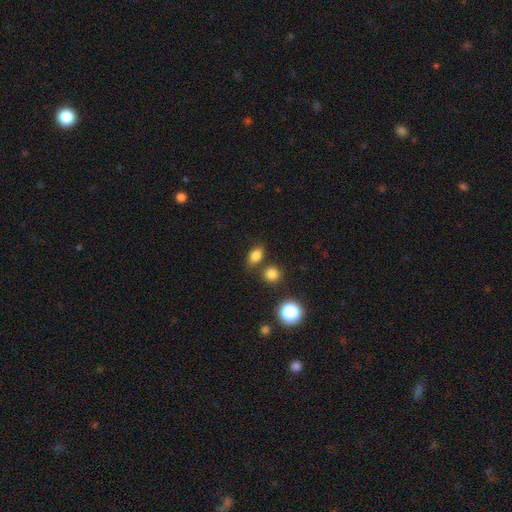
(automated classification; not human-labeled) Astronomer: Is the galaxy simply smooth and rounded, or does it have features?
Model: smooth — 81%.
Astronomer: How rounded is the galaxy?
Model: in between — 74%.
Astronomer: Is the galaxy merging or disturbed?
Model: none — 72%.